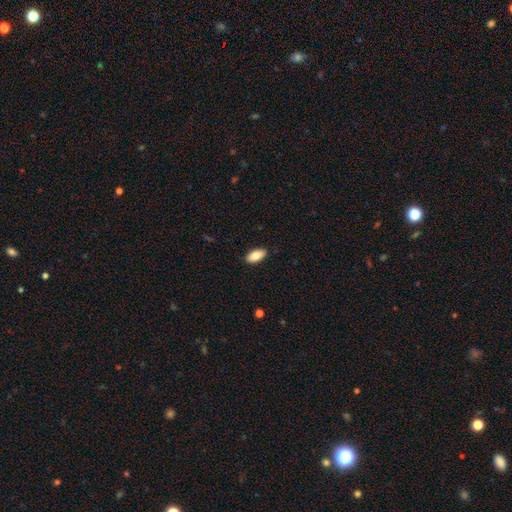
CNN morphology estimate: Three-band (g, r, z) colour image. It shows a smooth galaxy with no disk features (83%) that is in between round and cigar-shaped (92%). Merging: none (87%).